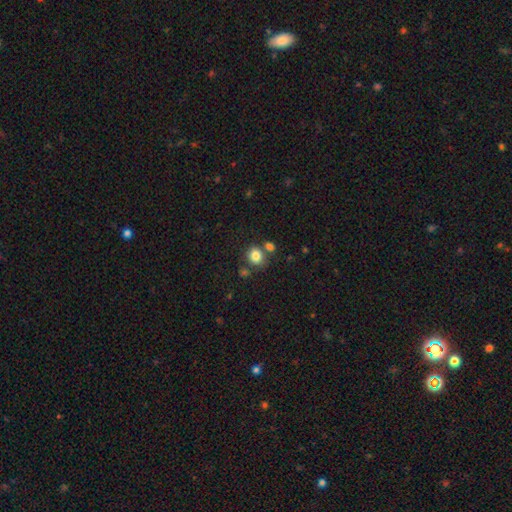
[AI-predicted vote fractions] Overall: smooth (83%). How rounded: round (70%). Merging: none (66%).